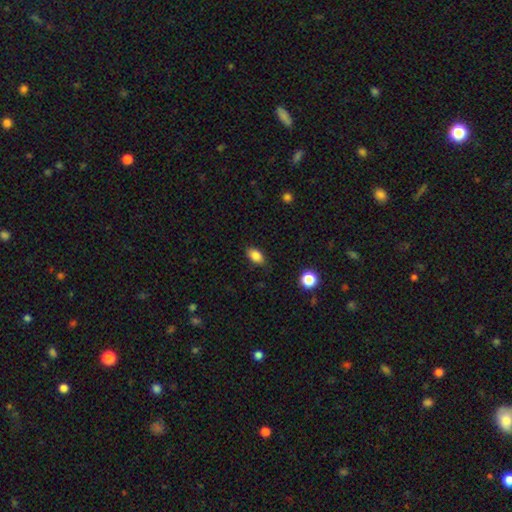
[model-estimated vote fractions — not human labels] A smooth galaxy with no disk features (85%) that is in between round and cigar-shaped (88%).

Vote fractions:
- Smooth or featured? smooth: 85% / star or artifact: 9% / featured or disk: 6%
- How rounded? in between: 88% / round: 9% / cigar-shaped: 3%
- Merging? none: 84% / minor disturbance: 12% / major disturbance: 3% / merger: 1%